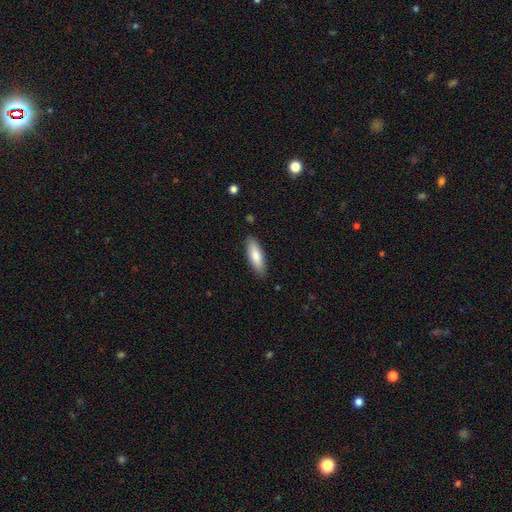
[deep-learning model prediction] The model was most divided on "how rounded": in between: 57%, cigar-shaped: 41%, round: 2%. More confident: merging — none (88%); smooth or featured — smooth (81%).